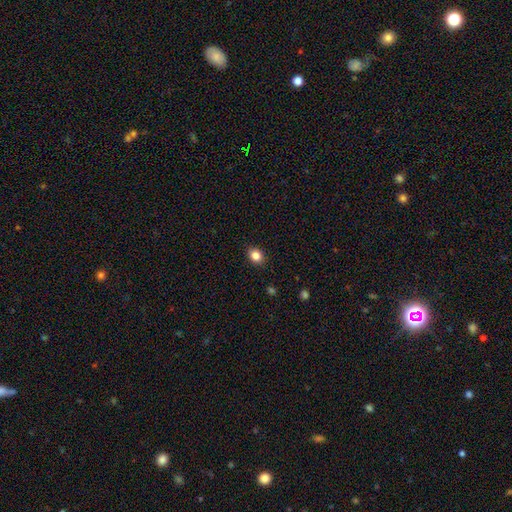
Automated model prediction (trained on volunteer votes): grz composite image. It shows a smooth galaxy with no disk features (84%) that is in between round and cigar-shaped (52%). Merging: none (90%).